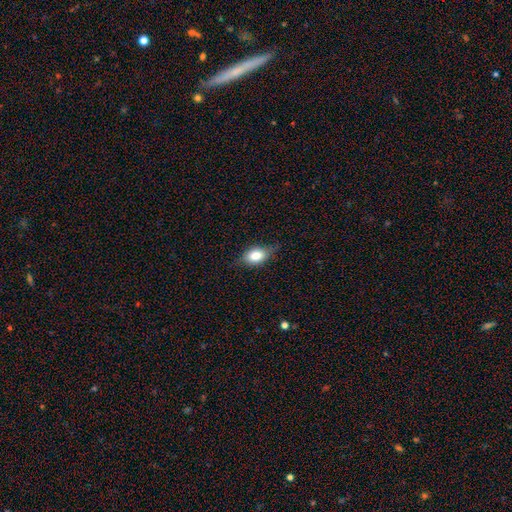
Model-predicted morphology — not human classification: Smooth or featured: smooth — 72% (featured or disk — 19%)
How rounded: in between — 79% (round — 15%)
Merging: none — 70% (minor disturbance — 22%)